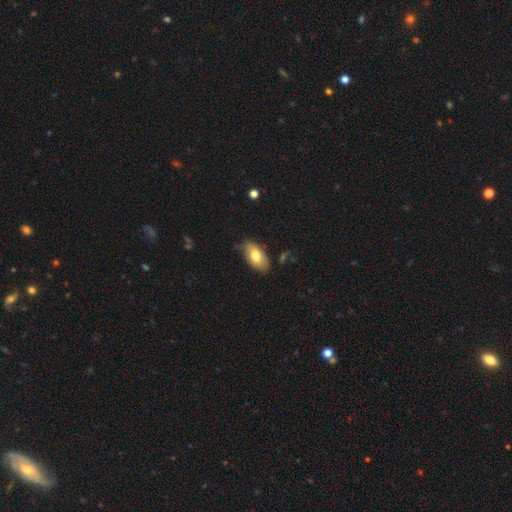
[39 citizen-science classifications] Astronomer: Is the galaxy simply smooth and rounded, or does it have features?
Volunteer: smooth — 82%.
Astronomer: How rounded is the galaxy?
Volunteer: in between — 91%.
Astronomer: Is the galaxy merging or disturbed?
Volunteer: none — 72%.